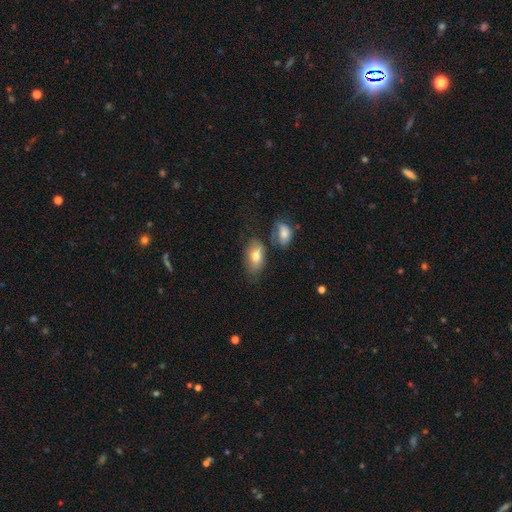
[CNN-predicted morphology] Q: Smooth or featured?
A: smooth (75%); runner-up: featured or disk (17%)
Q: How rounded?
A: in between (90%); runner-up: round (8%)
Q: Merging?
A: none (54%); runner-up: minor disturbance (23%)